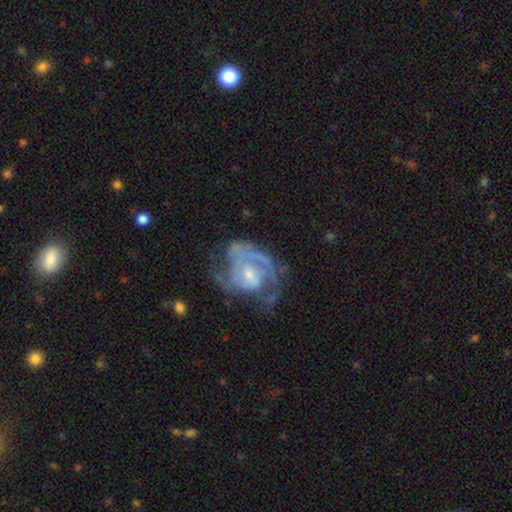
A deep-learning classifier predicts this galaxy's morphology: Q: Smooth or featured?
A: featured or disk (81%); runner-up: star or artifact (10%)
Q: Edge-on disk?
A: no (97%); runner-up: yes (3%)
Q: Bar?
A: no (59%); runner-up: weak (34%)
Q: Spiral arms?
A: yes (92%); runner-up: no (8%)
Q: Spiral winding?
A: medium (46%); runner-up: tight (40%)
Q: Spiral arm count?
A: 2 (38%); runner-up: 3 (24%)
Q: Bulge size?
A: moderate (49%); runner-up: small (40%)
Q: Merging?
A: none (58%); runner-up: minor disturbance (20%)